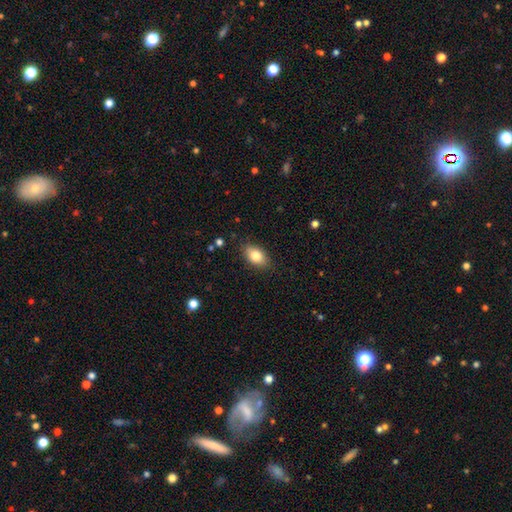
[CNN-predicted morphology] This appears to be a smooth galaxy with no disk features (82%) that is in between round and cigar-shaped (89%). Merging: none (86%).